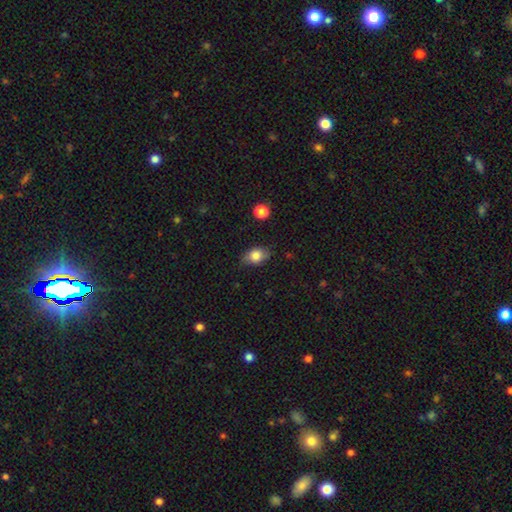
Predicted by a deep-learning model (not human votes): Q: Smooth or featured?
A: smooth (81%); runner-up: featured or disk (11%)
Q: How rounded?
A: in between (74%); runner-up: round (24%)
Q: Merging?
A: none (75%); runner-up: minor disturbance (20%)